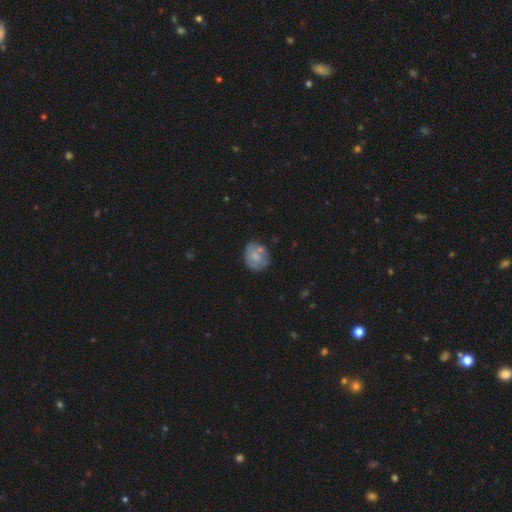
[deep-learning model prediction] smooth 59%, featured or disk 33%, star or artifact 8%. Down the decision tree: how rounded — round (60%); merging — none (54%).